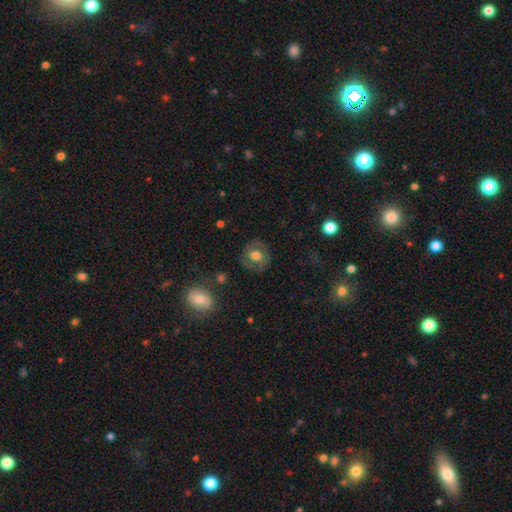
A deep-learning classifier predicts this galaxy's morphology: smooth_or_featured: smooth (p=0.54) [alt: featured or disk p=0.38]
how_rounded: round (p=0.82) [alt: in between p=0.17]
merging: none (p=0.82) [alt: minor disturbance p=0.12]